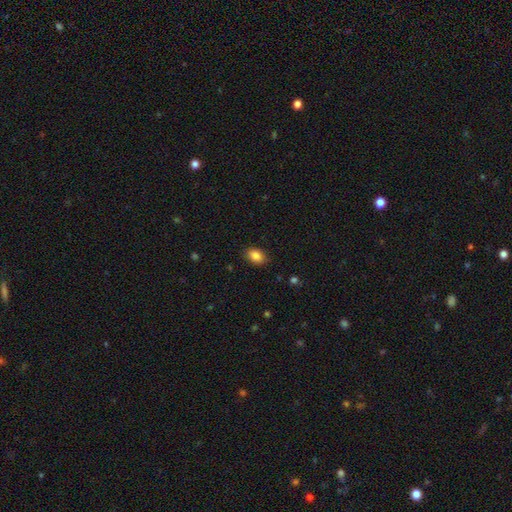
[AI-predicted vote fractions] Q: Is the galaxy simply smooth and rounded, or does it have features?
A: smooth — 86%.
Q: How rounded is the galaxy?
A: in between — 80%.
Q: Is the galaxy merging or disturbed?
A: none — 87%.